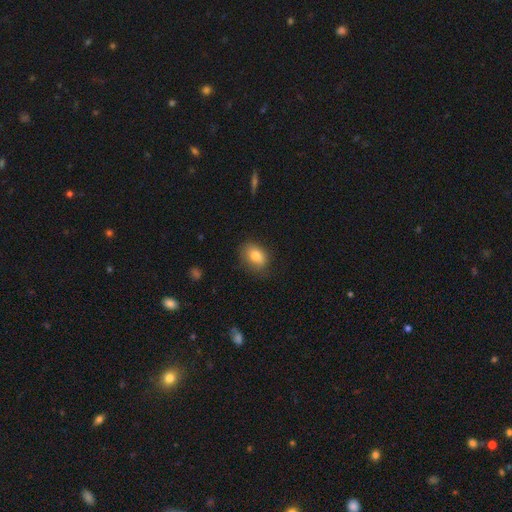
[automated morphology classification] This appears to be a smooth galaxy with no disk features (82%) that is in between round and cigar-shaped (82%). Merging: none (70%).